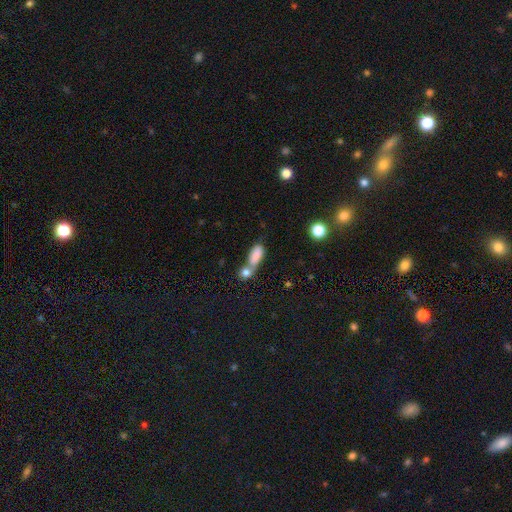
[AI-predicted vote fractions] A smooth galaxy with no disk features (82%) that is in between round and cigar-shaped (79%).

Vote fractions:
- Smooth or featured? smooth: 82% / featured or disk: 10% / star or artifact: 9%
- How rounded? in between: 79% / cigar-shaped: 15% / round: 6%
- Merging? merger: 59% / none: 26% / minor disturbance: 9% / major disturbance: 6%